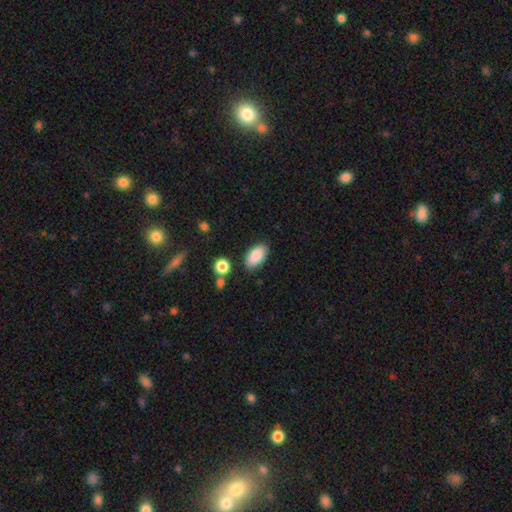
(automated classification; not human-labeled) Smooth or featured: smooth — 88% (star or artifact — 7%)
How rounded: in between — 94% (round — 4%)
Merging: none — 84% (minor disturbance — 11%)